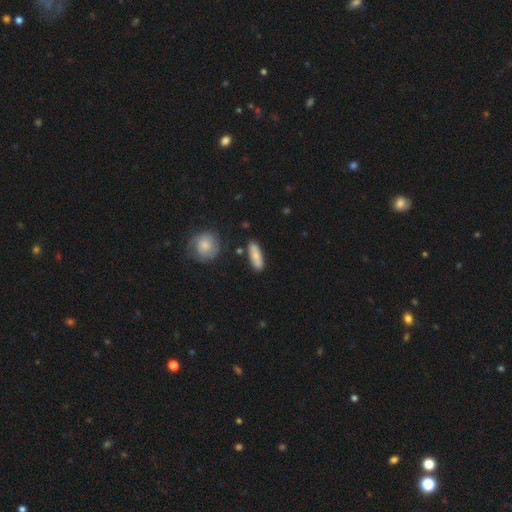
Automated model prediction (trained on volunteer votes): Smooth or featured? smooth (75%)
How rounded? in between (52%)
Merging? none (80%)